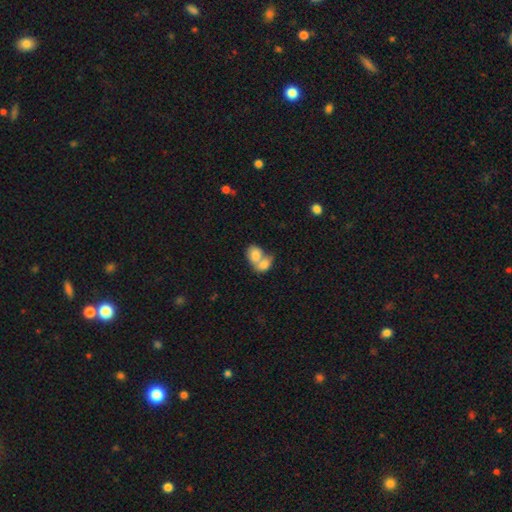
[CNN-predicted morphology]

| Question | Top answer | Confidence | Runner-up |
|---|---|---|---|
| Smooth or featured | smooth | 79% | featured or disk (15%) |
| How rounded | in between | 66% | round (32%) |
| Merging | merger | 76% | none (15%) |